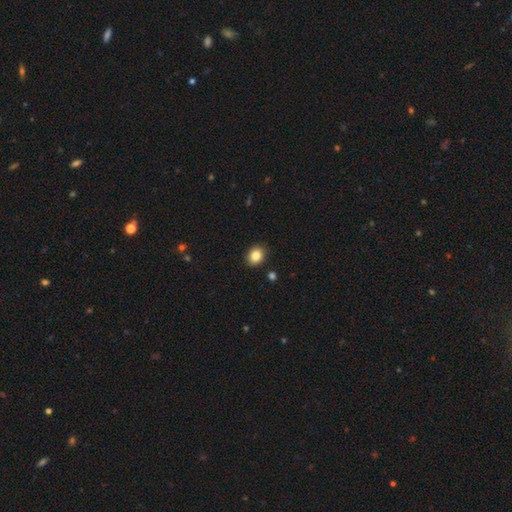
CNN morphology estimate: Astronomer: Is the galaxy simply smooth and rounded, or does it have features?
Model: smooth — 86%.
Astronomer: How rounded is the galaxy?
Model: round — 54% (runner-up: in between, 46%).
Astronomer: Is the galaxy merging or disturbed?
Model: none — 89%.